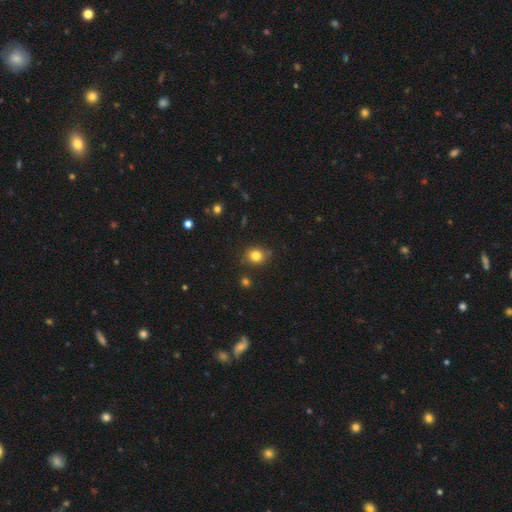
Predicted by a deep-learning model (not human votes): Q: Smooth or featured?
A: smooth (82%); runner-up: star or artifact (12%)
Q: How rounded?
A: round (71%); runner-up: in between (28%)
Q: Merging?
A: none (80%); runner-up: minor disturbance (12%)